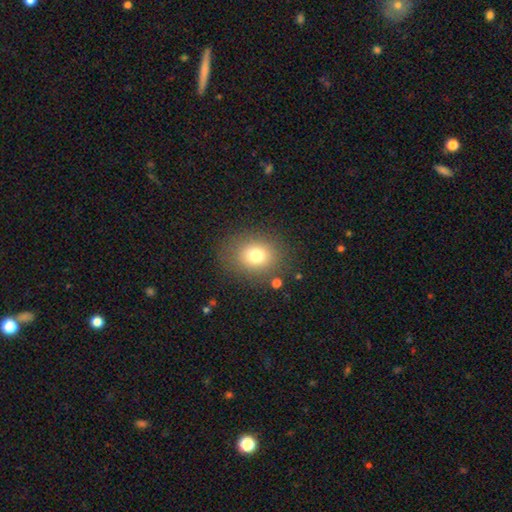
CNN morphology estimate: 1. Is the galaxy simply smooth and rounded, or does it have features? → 76% smooth, 13% star or artifact, 11% featured or disk.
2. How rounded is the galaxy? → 61% round, 38% in between, 1% cigar-shaped.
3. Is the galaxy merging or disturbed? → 82% none, 10% minor disturbance, 5% major disturbance, 3% merger.